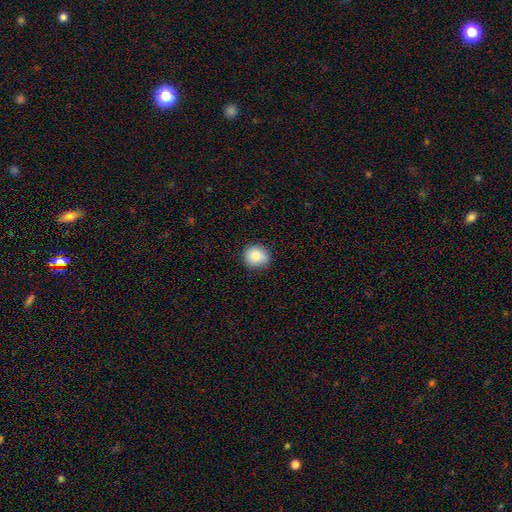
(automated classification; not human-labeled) A smooth galaxy with no disk features (83%) that is round (81%). Merging: none (84%).